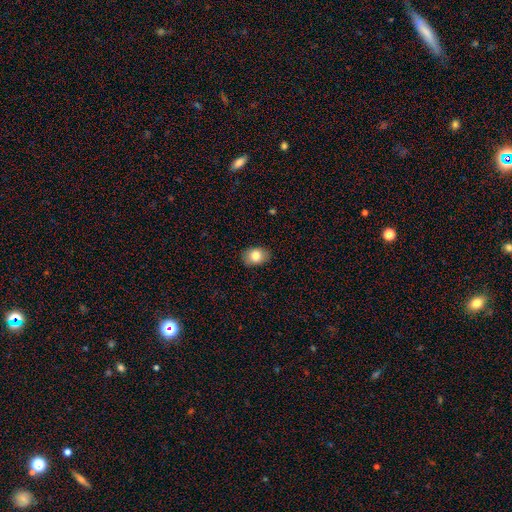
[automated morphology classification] Smooth or featured? Predicted: smooth (p=0.82). How rounded? Predicted: in between (p=0.75). Merging? Predicted: none (p=0.87).